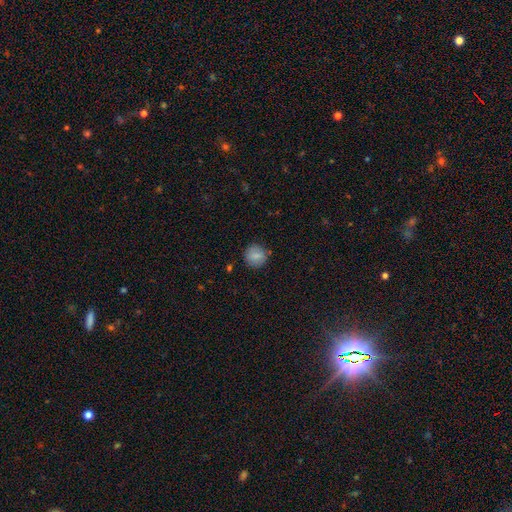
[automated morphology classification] Overall: smooth (83%). How rounded: round (91%). Merging: none (84%).